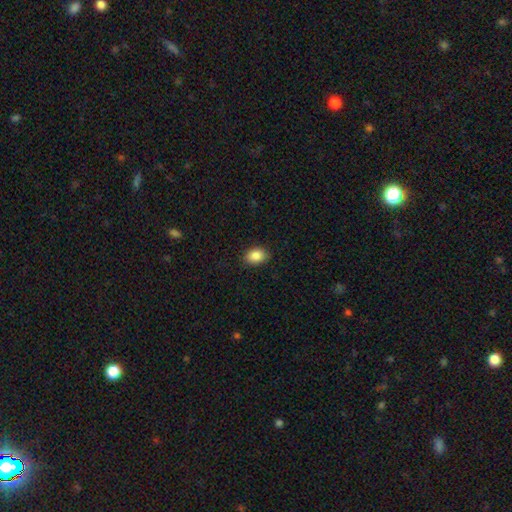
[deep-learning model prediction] A smooth galaxy with no disk features (87%) that is in between round and cigar-shaped (77%). Merging: none (87%).